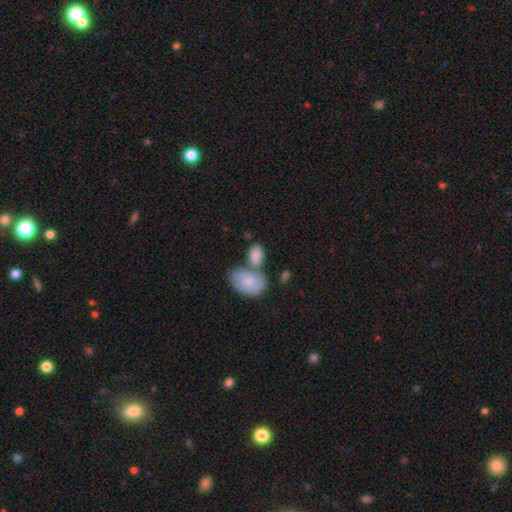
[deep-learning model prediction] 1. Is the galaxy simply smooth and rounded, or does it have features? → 80% smooth, 14% featured or disk, 6% star or artifact.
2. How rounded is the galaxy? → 89% in between, 10% round, 2% cigar-shaped.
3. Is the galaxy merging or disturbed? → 42% merger, 38% none, 15% minor disturbance, 5% major disturbance.